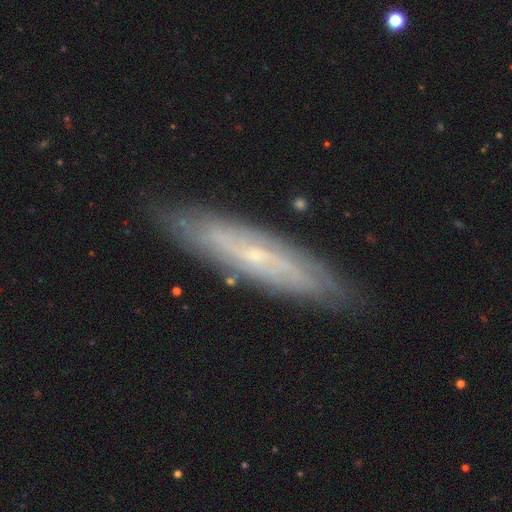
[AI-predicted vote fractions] Morphology: type=featured or disk (72%); edge-on=no (58%); merging=none (84%).